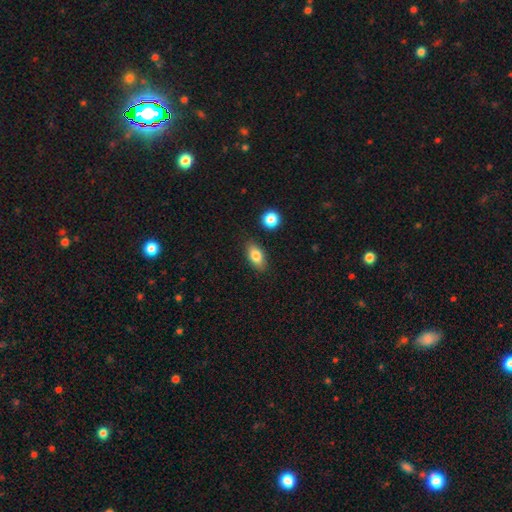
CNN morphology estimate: Smooth or featured: smooth — 82% (featured or disk — 11%)
How rounded: in between — 88% (cigar-shaped — 6%)
Merging: none — 84% (minor disturbance — 10%)